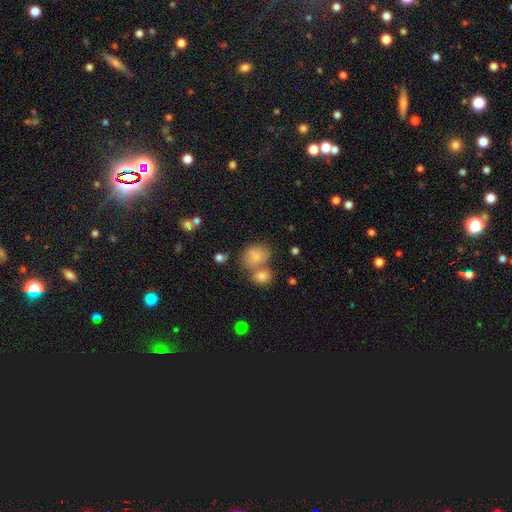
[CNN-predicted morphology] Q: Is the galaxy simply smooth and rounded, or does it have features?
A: smooth — 75%.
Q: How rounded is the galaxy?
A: round — 50%.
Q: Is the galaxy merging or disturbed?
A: merger — 41%.